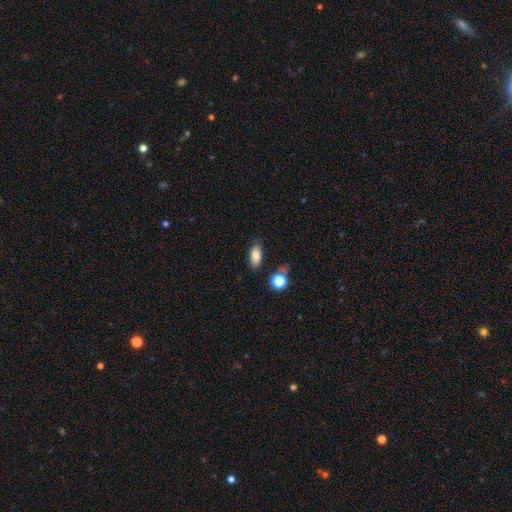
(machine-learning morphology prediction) Smooth or featured?
  - smooth: 82% *
  - featured or disk: 9%
  - star or artifact: 9%
How rounded?
  - in between: 86% *
  - cigar-shaped: 8%
  - round: 6%
Merging?
  - none: 70% *
  - minor disturbance: 19%
  - major disturbance: 5%
  - merger: 5%